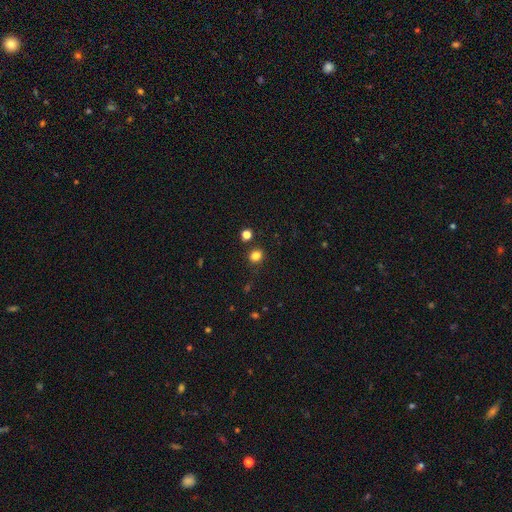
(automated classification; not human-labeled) A smooth galaxy with no disk features (81%) that is round (76%).

Vote fractions:
- Smooth or featured? smooth: 81% / star or artifact: 14% / featured or disk: 5%
- How rounded? round: 76% / in between: 23% / cigar-shaped: 1%
- Merging? none: 84% / minor disturbance: 9% / merger: 5% / major disturbance: 3%